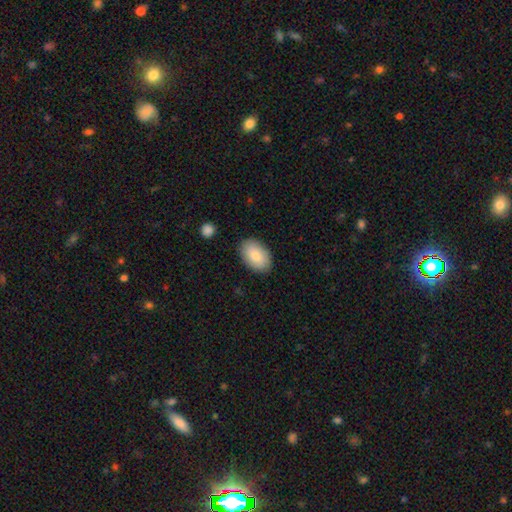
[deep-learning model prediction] This is clearly a smooth galaxy (81%). How rounded: clearly in between (91%). Merging: clearly none (86%).